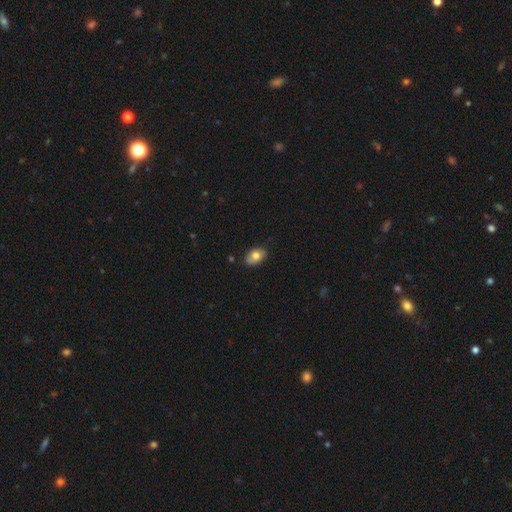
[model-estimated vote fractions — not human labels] smooth-or-featured: smooth: 75% | featured or disk: 18% | star or artifact: 8%
  how-rounded: in between: 88% | round: 11% | cigar-shaped: 1%
  merging: none: 82% | minor disturbance: 15% | major disturbance: 2% | merger: 1%